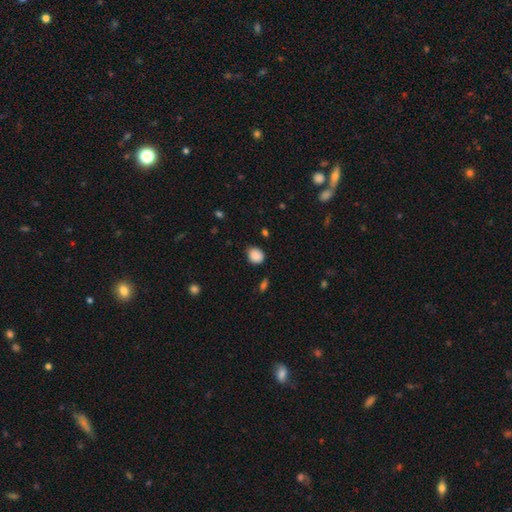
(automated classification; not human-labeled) smooth_or_featured: smooth (p=0.88) [alt: star or artifact p=0.09]
how_rounded: round (p=0.59) [alt: in between p=0.40]
merging: none (p=0.80) [alt: minor disturbance p=0.15]